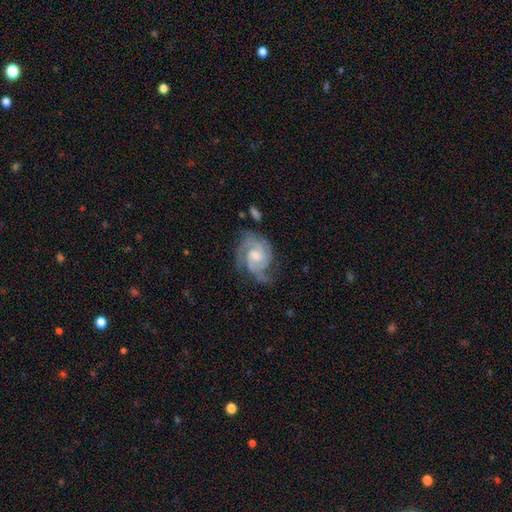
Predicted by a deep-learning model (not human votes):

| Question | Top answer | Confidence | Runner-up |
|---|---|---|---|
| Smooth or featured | featured or disk | 85% | smooth (10%) |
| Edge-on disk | no | 98% | yes (2%) |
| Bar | no | 51% | weak (42%) |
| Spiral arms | yes | 96% | no (4%) |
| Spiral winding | tight | 45% | medium (44%) |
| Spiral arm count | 2 | 47% | 3 (25%) |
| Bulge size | moderate | 49% | small (37%) |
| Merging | none | 57% | minor disturbance (25%) |